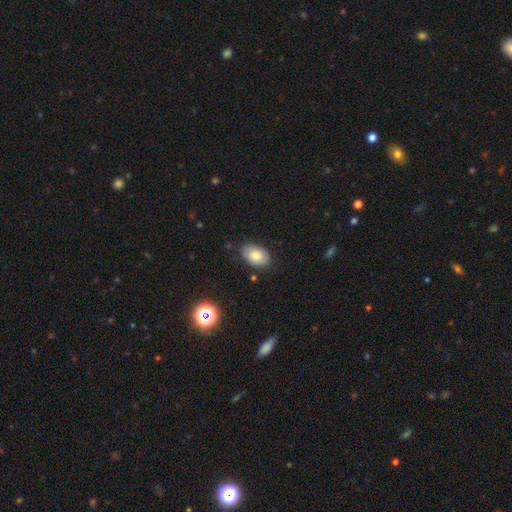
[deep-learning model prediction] This is clearly a smooth galaxy (83%). How rounded: clearly in between (88%). Merging: clearly none (82%).